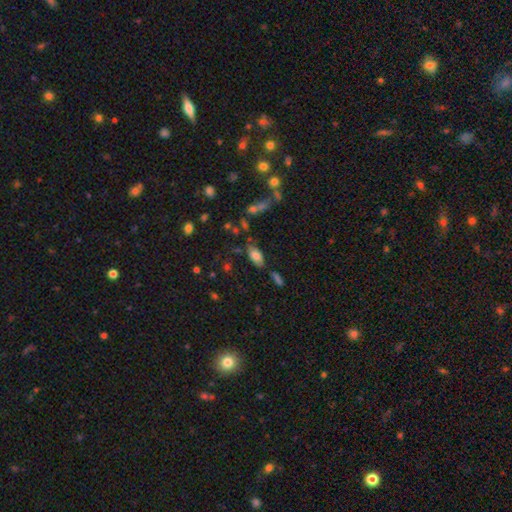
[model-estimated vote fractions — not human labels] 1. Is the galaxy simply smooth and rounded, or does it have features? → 77% smooth, 13% featured or disk, 9% star or artifact.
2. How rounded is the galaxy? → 90% in between, 7% cigar-shaped, 3% round.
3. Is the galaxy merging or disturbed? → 71% none, 17% minor disturbance, 7% merger, 5% major disturbance.